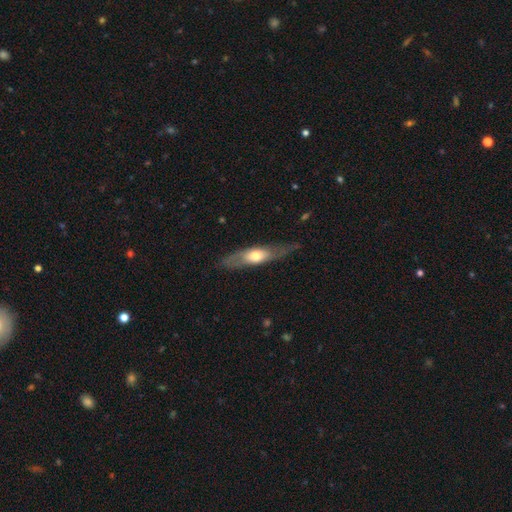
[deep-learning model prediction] This appears to be a featured or disk galaxy (51%) viewed edge-on (57%). Merging: none (68%).